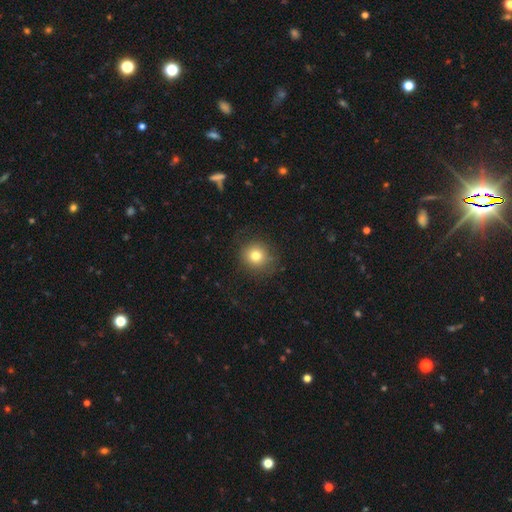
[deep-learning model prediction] Smooth or featured? Predicted: smooth (p=0.78). How rounded? Predicted: round (p=0.90). Merging? Predicted: none (p=0.83).